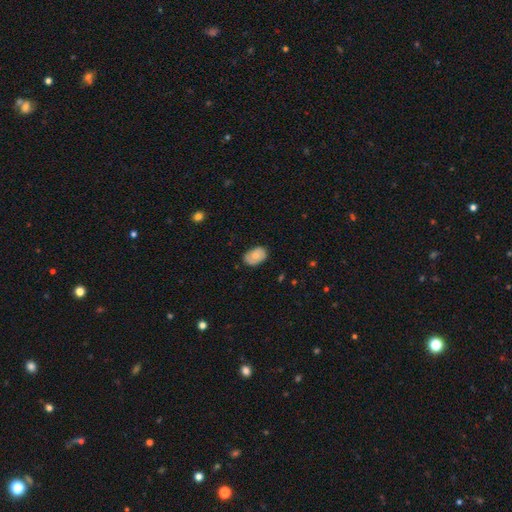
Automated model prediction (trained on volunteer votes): smooth_or_featured: smooth (p=0.65) [alt: featured or disk p=0.28]
how_rounded: in between (p=0.85) [alt: round p=0.14]
merging: none (p=0.75) [alt: minor disturbance p=0.20]